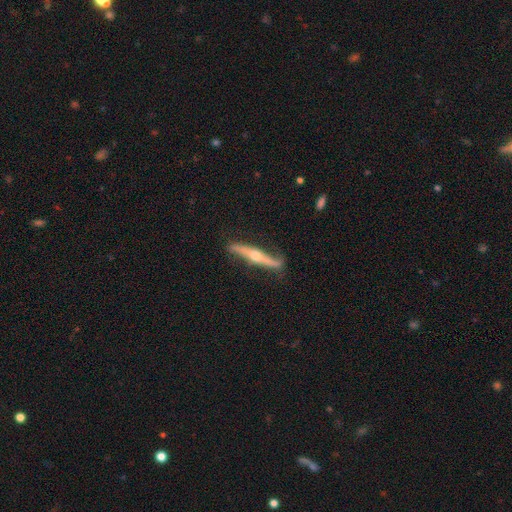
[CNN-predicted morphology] Q: Smooth or featured?
A: featured or disk (80%); runner-up: smooth (15%)
Q: Edge-on disk?
A: yes (88%); runner-up: no (12%)
Q: Edge-on bulge?
A: rounded (92%); runner-up: none (5%)
Q: Merging?
A: none (79%); runner-up: minor disturbance (16%)